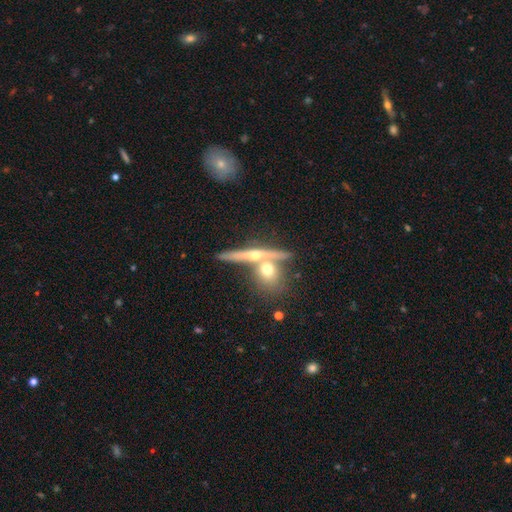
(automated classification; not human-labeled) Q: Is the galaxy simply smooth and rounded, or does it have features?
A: featured or disk — 66%.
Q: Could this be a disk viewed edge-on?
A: yes — 89%.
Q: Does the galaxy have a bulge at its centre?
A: rounded — 87%.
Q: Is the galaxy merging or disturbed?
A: none — 60%.